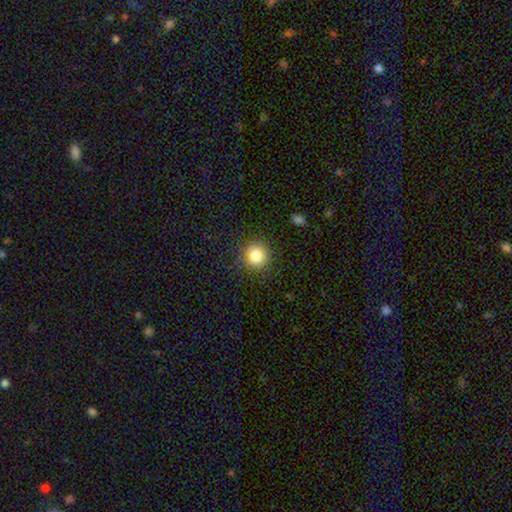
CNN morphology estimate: This is clearly a smooth galaxy (84%). How rounded: clearly round (94%). Merging: clearly none (89%).